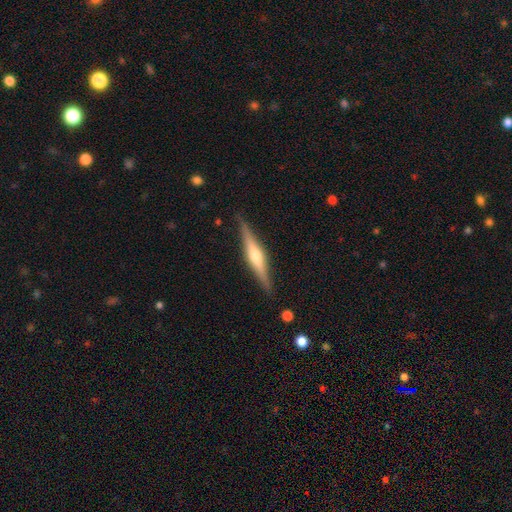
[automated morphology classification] type=featured or disk (74%); edge-on=yes (98%); edge-on bulge=rounded (89%); merging=none (89%).